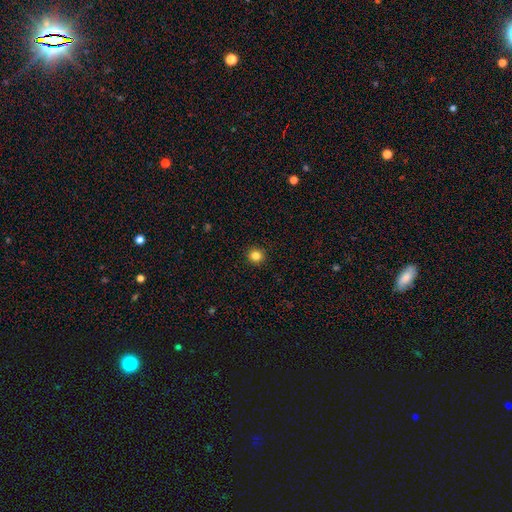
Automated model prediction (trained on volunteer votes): A smooth galaxy with no disk features (83%) that is round (91%). Merging: none (92%).